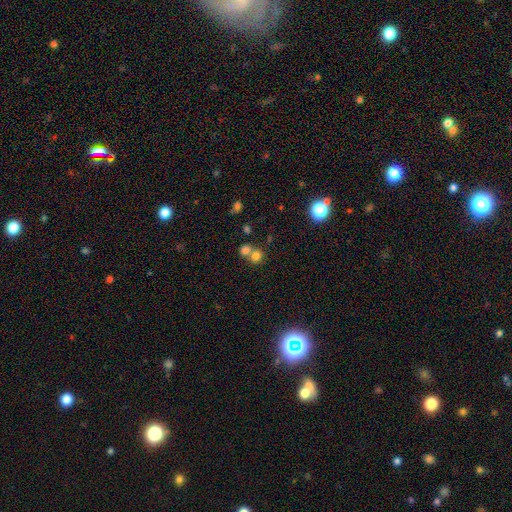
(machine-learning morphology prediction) This appears to be a smooth galaxy with no disk features (75%) that is round (80%). Merging: merger (49%).